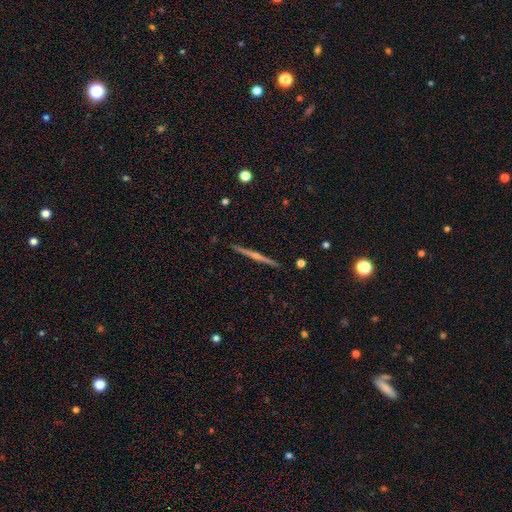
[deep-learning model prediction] A featured or disk galaxy (68%) viewed edge-on (96%) with a rounded central bulge (60%).

Vote fractions:
- Smooth or featured? featured or disk: 68% / smooth: 20% / star or artifact: 12%
- Edge-on disk? yes: 96% / no: 4%
- Edge-on bulge? rounded: 60% / none: 31% / boxy: 9%
- Merging? none: 89% / minor disturbance: 7% / major disturbance: 2% / merger: 2%